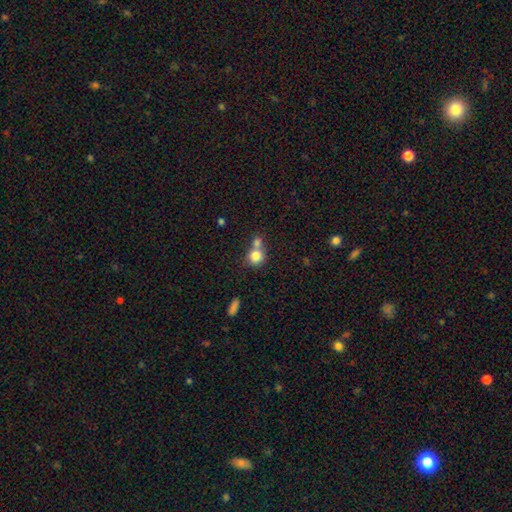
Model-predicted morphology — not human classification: Smooth or featured? smooth (80%)
How rounded? round (86%)
Merging? merger (48%)